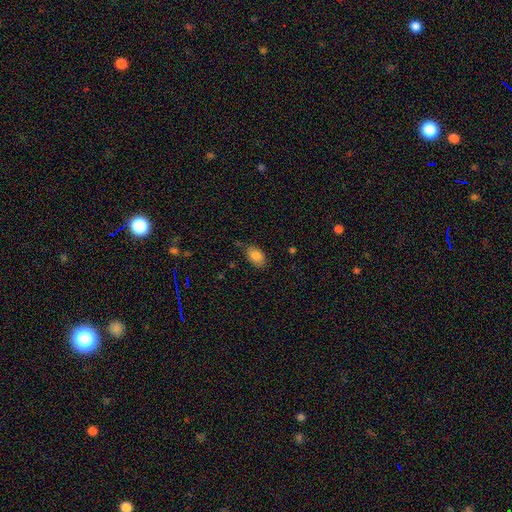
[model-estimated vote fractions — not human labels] Q: Smooth or featured?
A: smooth (85%); runner-up: star or artifact (8%)
Q: How rounded?
A: in between (89%); runner-up: round (9%)
Q: Merging?
A: none (69%); runner-up: minor disturbance (23%)